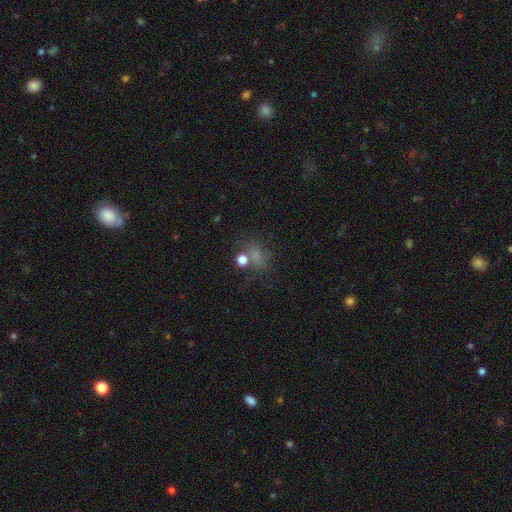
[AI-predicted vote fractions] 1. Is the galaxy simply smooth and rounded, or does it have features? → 59% smooth, 29% star or artifact, 11% featured or disk.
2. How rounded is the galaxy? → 57% round, 41% in between, 2% cigar-shaped.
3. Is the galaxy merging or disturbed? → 57% none, 16% minor disturbance, 15% merger, 12% major disturbance.